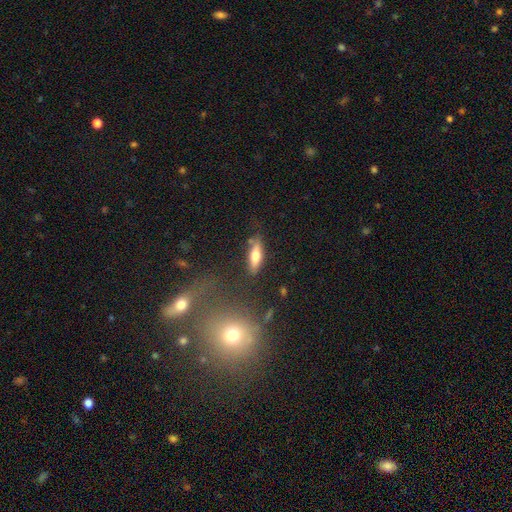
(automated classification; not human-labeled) A smooth galaxy with no disk features (65%) that is cigar-shaped (51%).

Vote fractions:
- Smooth or featured? smooth: 65% / featured or disk: 28% / star or artifact: 7%
- How rounded? cigar-shaped: 51% / in between: 46% / round: 2%
- Merging? none: 78% / minor disturbance: 15% / major disturbance: 4% / merger: 4%